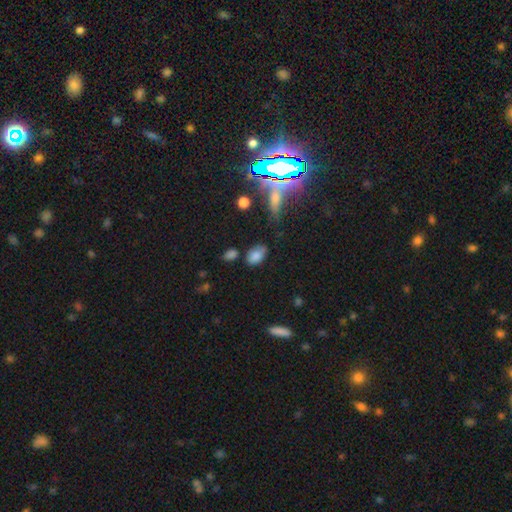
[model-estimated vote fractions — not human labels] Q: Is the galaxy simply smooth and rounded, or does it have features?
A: smooth — 80%.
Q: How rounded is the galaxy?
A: in between — 89%.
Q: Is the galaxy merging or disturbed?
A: none — 66%.